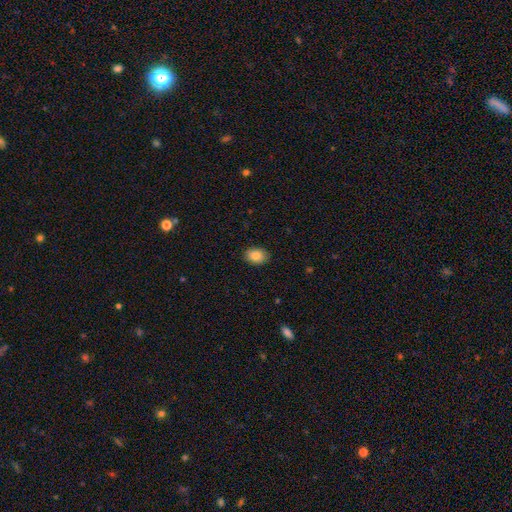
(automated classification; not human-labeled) smooth-or-featured: smooth: 85% | star or artifact: 8% | featured or disk: 7%
  how-rounded: in between: 75% | round: 24% | cigar-shaped: 1%
  merging: none: 89% | minor disturbance: 9% | major disturbance: 2% | merger: 1%